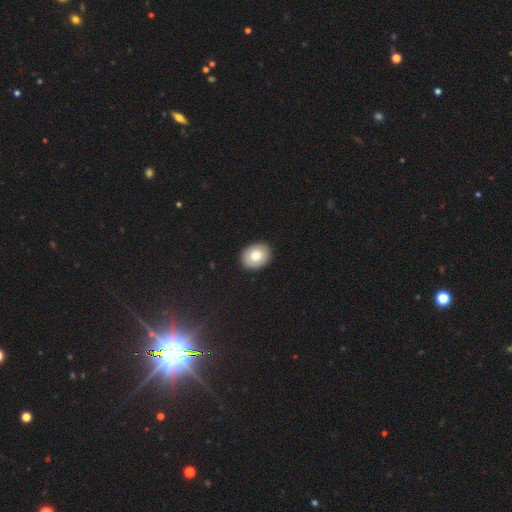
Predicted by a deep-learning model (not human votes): Smooth or featured: smooth — 81% (featured or disk — 12%)
How rounded: in between — 54% (round — 45%)
Merging: none — 90% (minor disturbance — 7%)